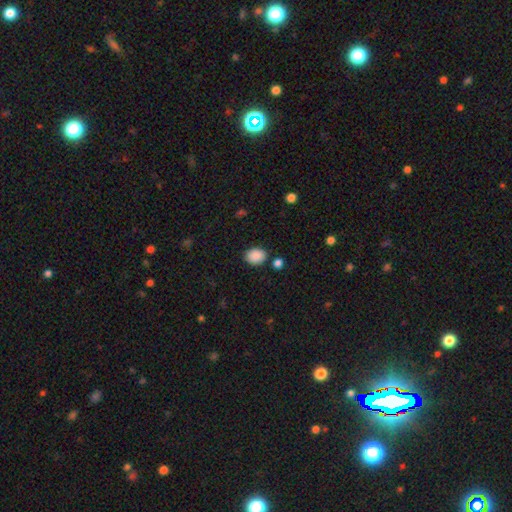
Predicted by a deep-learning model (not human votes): smooth 89%, star or artifact 8%, featured or disk 3%. Down the decision tree: how rounded — in between (64%); merging — none (81%).